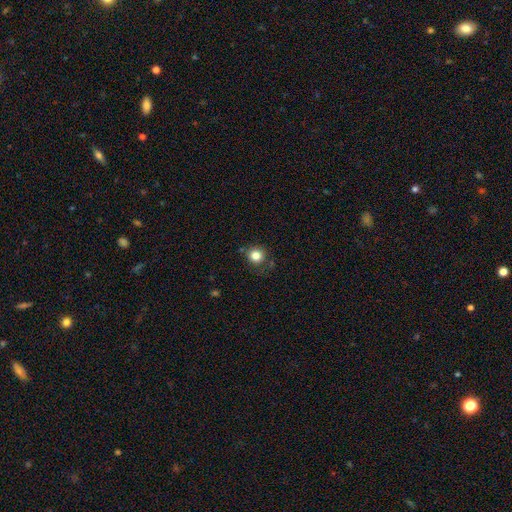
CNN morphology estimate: smooth 83%, star or artifact 11%, featured or disk 6%. Down the decision tree: how rounded — round (91%); merging — none (80%).